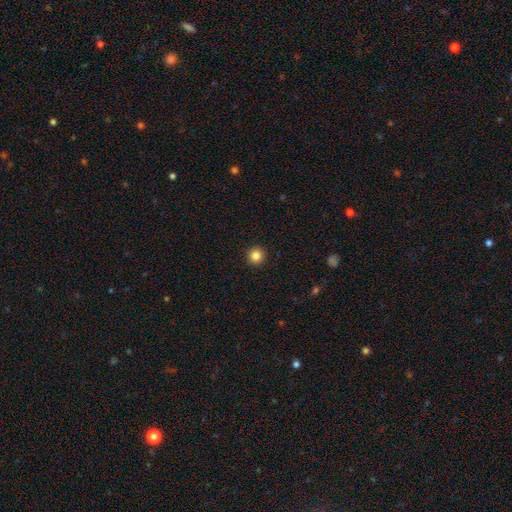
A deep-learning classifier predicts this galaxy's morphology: Smooth or featured: smooth — 85% (star or artifact — 11%)
How rounded: round — 95% (in between — 4%)
Merging: none — 93% (minor disturbance — 4%)